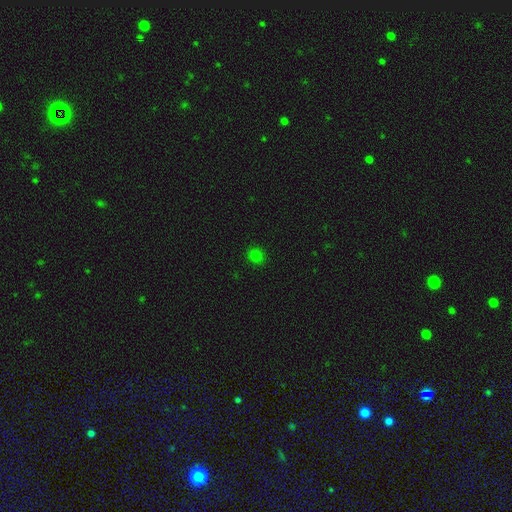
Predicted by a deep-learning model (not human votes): Q: Smooth or featured?
A: smooth (79%); runner-up: star or artifact (17%)
Q: How rounded?
A: round (86%); runner-up: in between (13%)
Q: Merging?
A: none (91%); runner-up: minor disturbance (6%)